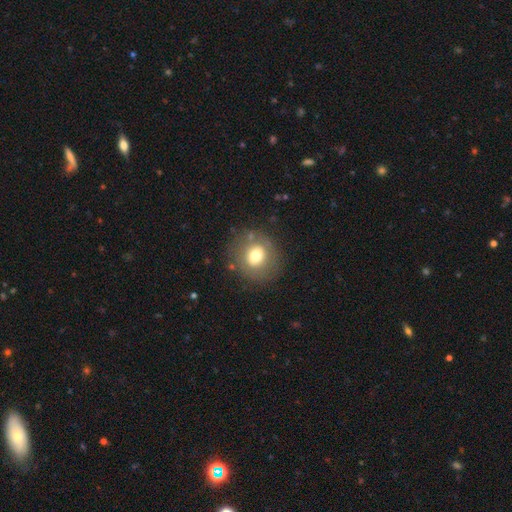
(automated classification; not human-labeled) This is likely a smooth galaxy (67%). How rounded: clearly round (87%). Merging: clearly none (81%).